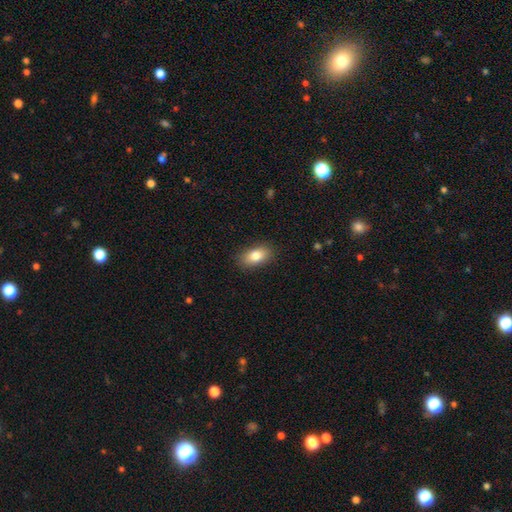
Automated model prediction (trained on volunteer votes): A smooth galaxy with no disk features (83%) that is in between round and cigar-shaped (89%).

Vote fractions:
- Smooth or featured? smooth: 83% / featured or disk: 10% / star or artifact: 8%
- How rounded? in between: 89% / round: 7% / cigar-shaped: 4%
- Merging? none: 87% / minor disturbance: 9% / major disturbance: 2% / merger: 1%